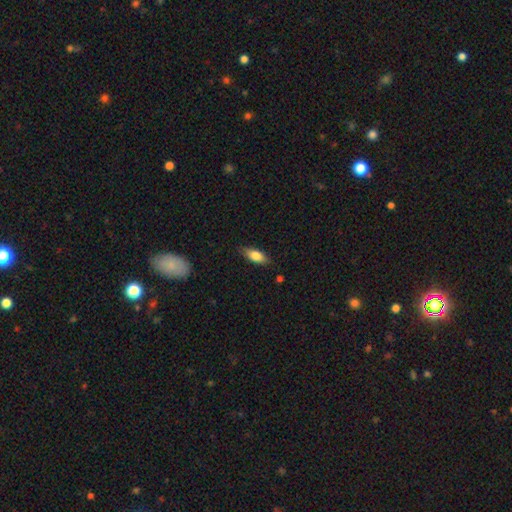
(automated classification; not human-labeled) Smooth or featured? smooth (76%)
How rounded? in between (77%)
Merging? none (80%)